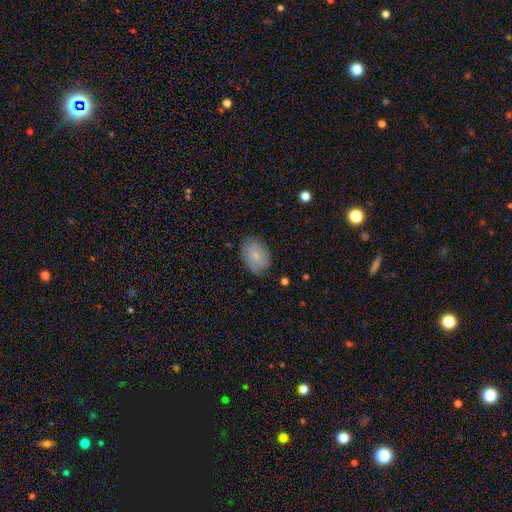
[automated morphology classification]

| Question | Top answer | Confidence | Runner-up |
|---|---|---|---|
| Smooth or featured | smooth | 76% | featured or disk (16%) |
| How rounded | in between | 82% | round (17%) |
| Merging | none | 81% | minor disturbance (15%) |